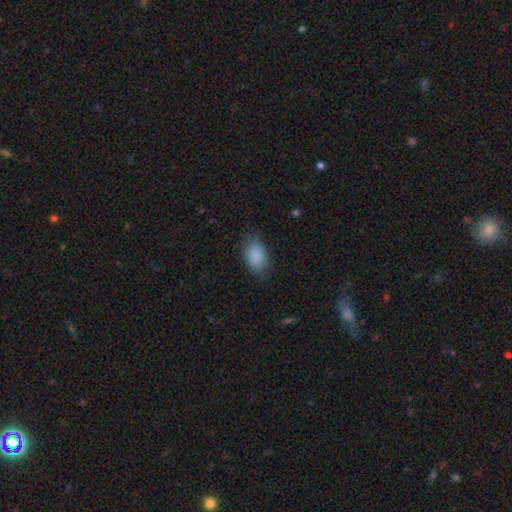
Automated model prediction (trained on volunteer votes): A smooth galaxy with no disk features (88%) that is in between round and cigar-shaped (87%).

Vote fractions:
- Smooth or featured? smooth: 88% / star or artifact: 7% / featured or disk: 5%
- How rounded? in between: 87% / round: 12% / cigar-shaped: 1%
- Merging? none: 76% / minor disturbance: 18% / major disturbance: 5% / merger: 1%